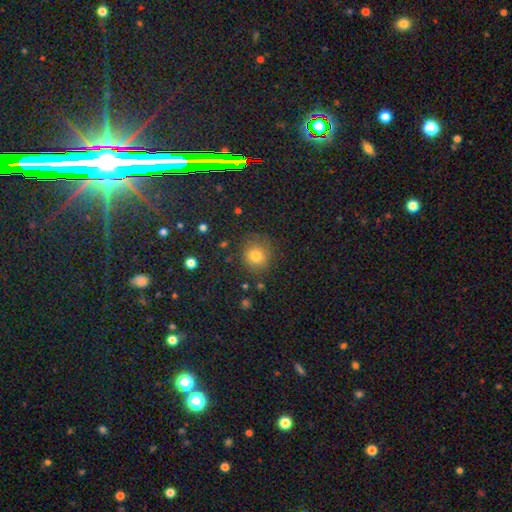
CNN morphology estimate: Smooth or featured? smooth (78%)
How rounded? round (89%)
Merging? none (84%)